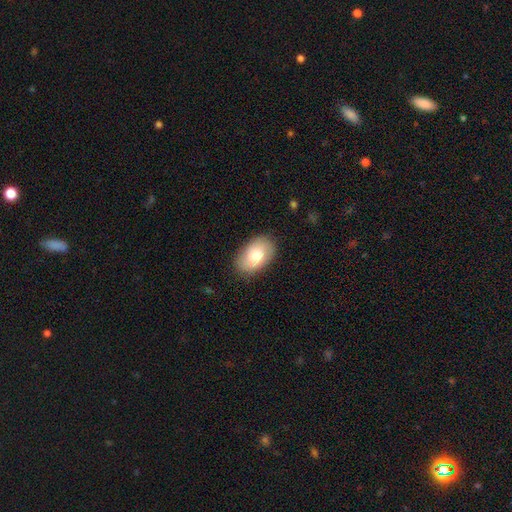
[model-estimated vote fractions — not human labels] Smooth or featured? Predicted: smooth (p=0.75). How rounded? Predicted: in between (p=0.91). Merging? Predicted: none (p=0.83).